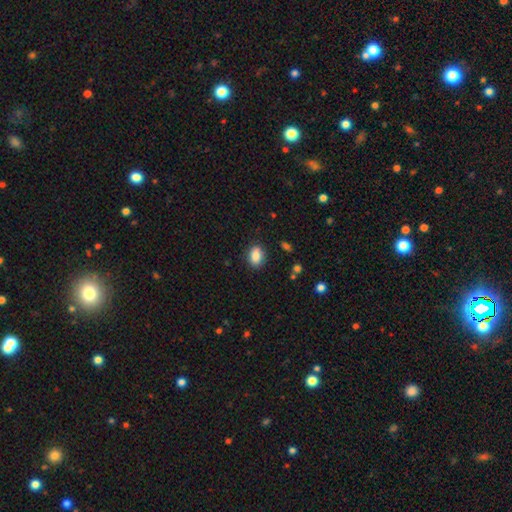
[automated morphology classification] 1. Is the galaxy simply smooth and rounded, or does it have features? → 86% smooth, 8% star or artifact, 5% featured or disk.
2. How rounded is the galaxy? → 78% in between, 20% round, 2% cigar-shaped.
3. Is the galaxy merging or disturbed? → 83% none, 13% minor disturbance, 3% major disturbance, 2% merger.